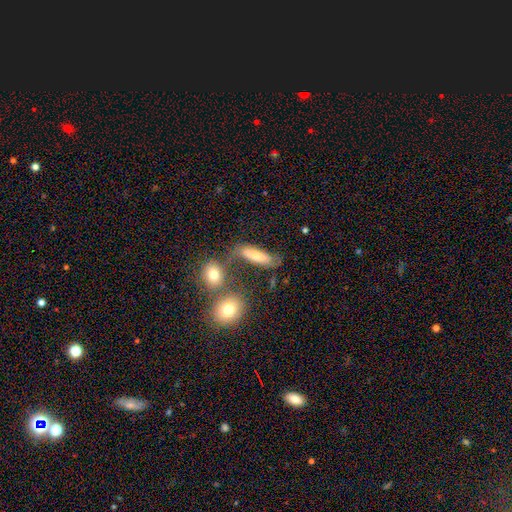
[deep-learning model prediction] smooth_or_featured: smooth (p=0.63) [alt: featured or disk p=0.26]
how_rounded: in between (p=0.48) [alt: cigar-shaped p=0.44]
merging: none (p=0.52) [alt: minor disturbance p=0.19]